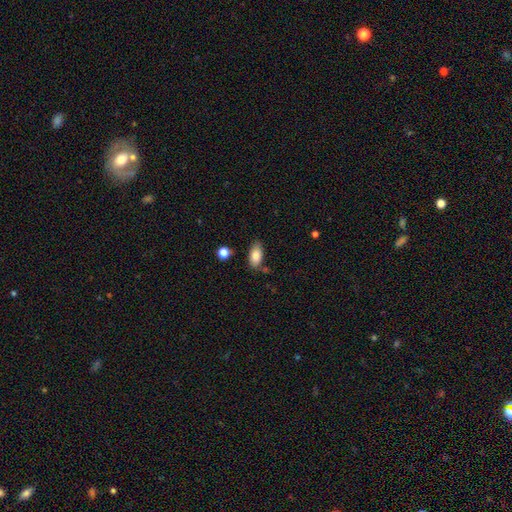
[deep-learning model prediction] A smooth galaxy with no disk features (85%) that is in between round and cigar-shaped (92%).

Vote fractions:
- Smooth or featured? smooth: 85% / star or artifact: 7% / featured or disk: 7%
- How rounded? in between: 92% / round: 4% / cigar-shaped: 4%
- Merging? none: 71% / minor disturbance: 20% / merger: 5% / major disturbance: 4%